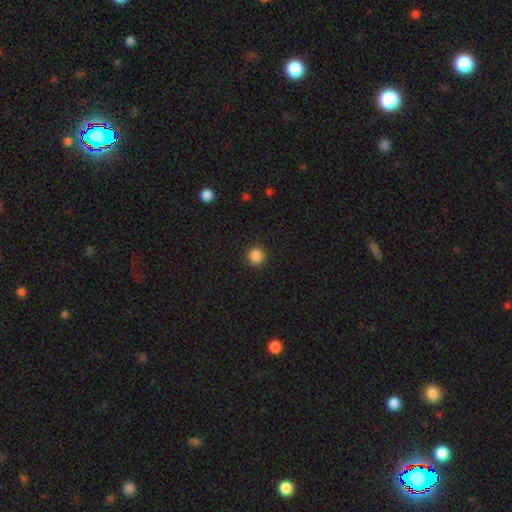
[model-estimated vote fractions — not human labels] smooth 87%, star or artifact 10%, featured or disk 3%. Down the decision tree: how rounded — round (95%); merging — none (92%).